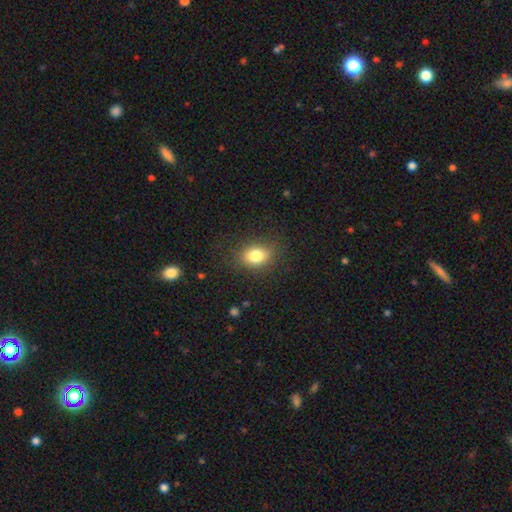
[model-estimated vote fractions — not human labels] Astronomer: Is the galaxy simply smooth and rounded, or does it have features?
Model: smooth — 81%.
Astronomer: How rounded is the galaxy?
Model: in between — 69%.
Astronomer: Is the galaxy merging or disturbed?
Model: none — 83%.